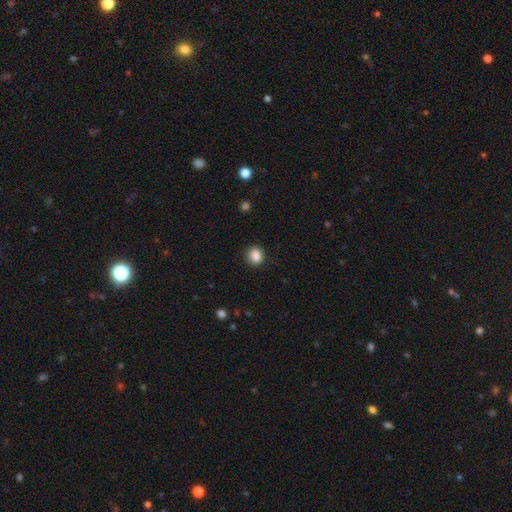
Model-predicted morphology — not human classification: Smooth or featured? smooth (87%)
How rounded? round (69%)
Merging? none (87%)